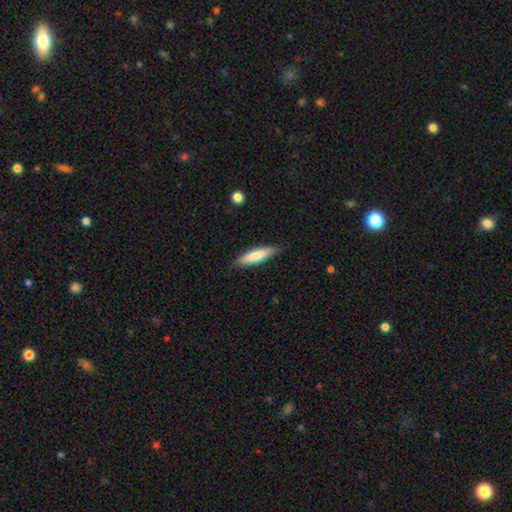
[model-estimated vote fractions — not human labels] A smooth galaxy with no disk features (77%) that is cigar-shaped (77%).

Vote fractions:
- Smooth or featured? smooth: 77% / featured or disk: 18% / star or artifact: 5%
- How rounded? cigar-shaped: 77% / in between: 21% / round: 1%
- Merging? none: 88% / minor disturbance: 9% / major disturbance: 2% / merger: 1%